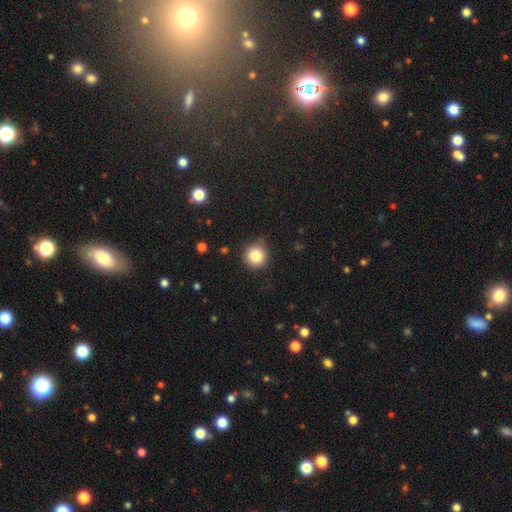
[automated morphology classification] Smooth or featured?
  - smooth: 82% *
  - star or artifact: 11%
  - featured or disk: 7%
How rounded?
  - round: 94% *
  - in between: 5%
  - cigar-shaped: 1%
Merging?
  - none: 85% *
  - minor disturbance: 11%
  - major disturbance: 2%
  - merger: 2%